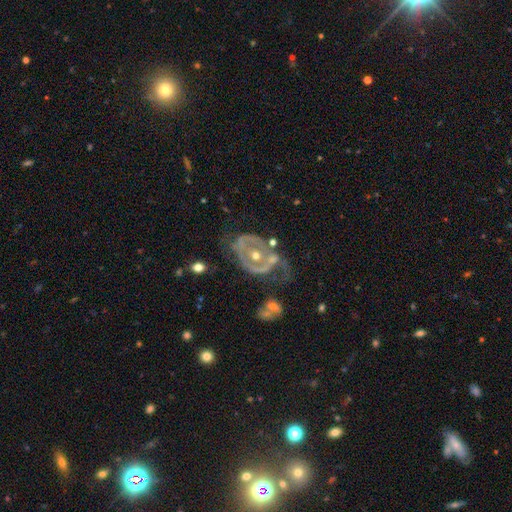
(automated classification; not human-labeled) The model was most divided on "spiral winding": medium: 39%, tight: 38%, loose: 23%. Remaining: edge-on disk — no (96%); smooth or featured — featured or disk (83%); spiral arms — yes (70%); bar — no (60%); bulge size — moderate (53%); spiral arm count — 2 (52%); merging — none (35%).